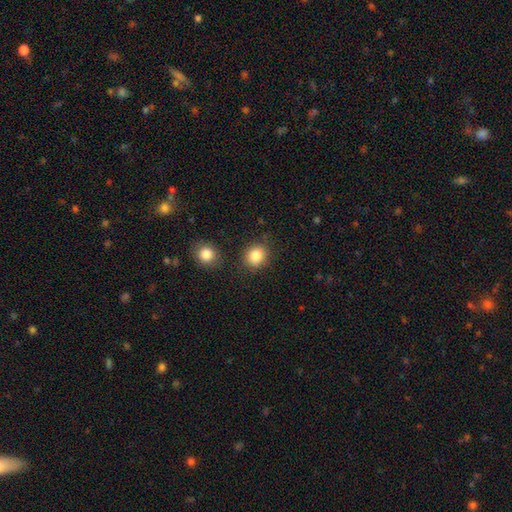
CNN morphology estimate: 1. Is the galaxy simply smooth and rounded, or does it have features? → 85% smooth, 10% star or artifact, 5% featured or disk.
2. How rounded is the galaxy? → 73% round, 26% in between, 1% cigar-shaped.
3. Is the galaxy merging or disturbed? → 81% none, 10% minor disturbance, 5% merger, 3% major disturbance.